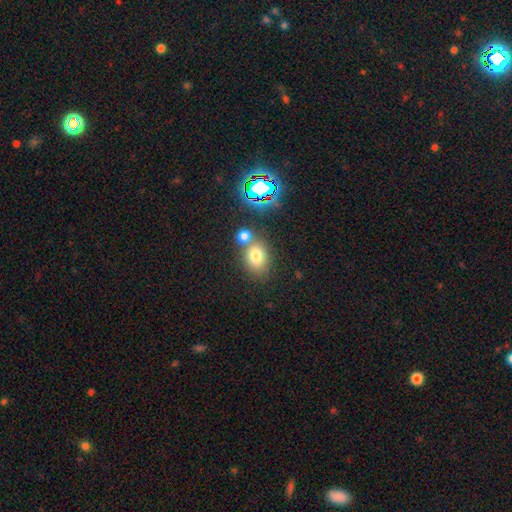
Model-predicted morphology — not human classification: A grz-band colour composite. It shows a smooth galaxy with no disk features (73%) that is in between round and cigar-shaped (57%). Merging: none (54%).